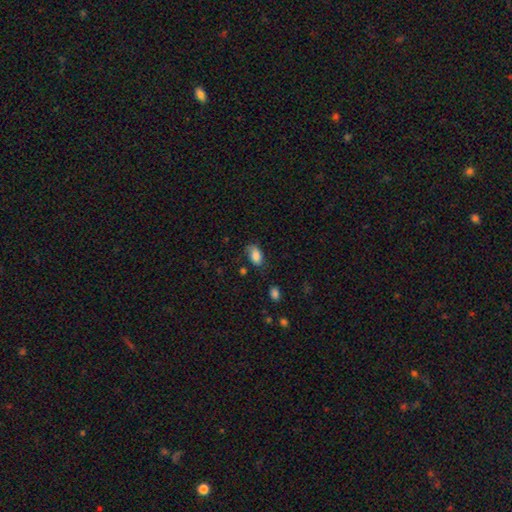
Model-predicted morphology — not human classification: smooth 83%, featured or disk 9%, star or artifact 8%. Down the decision tree: how rounded — in between (92%); merging — none (60%).